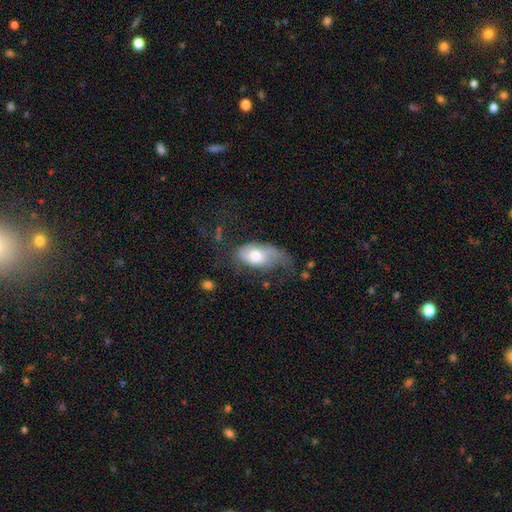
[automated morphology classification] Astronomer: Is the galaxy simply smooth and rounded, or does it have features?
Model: smooth — 59% (runner-up: featured or disk, 34%).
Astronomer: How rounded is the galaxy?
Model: in between — 91%.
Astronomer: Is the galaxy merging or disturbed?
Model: major disturbance — 41% (runner-up: minor disturbance, 31%).